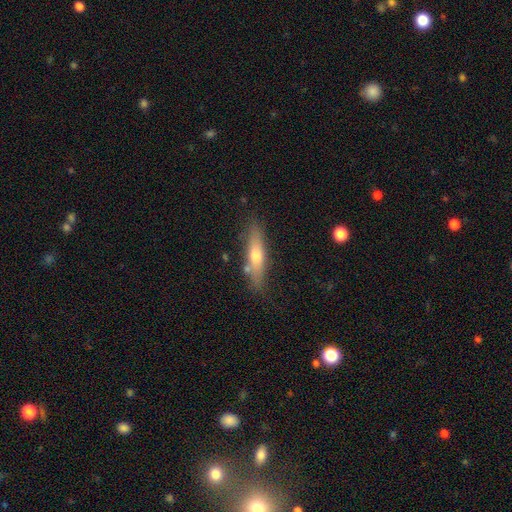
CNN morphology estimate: Overall: smooth (54%; featured or disk 40%). How rounded: cigar-shaped (73%). Merging: none (77%).